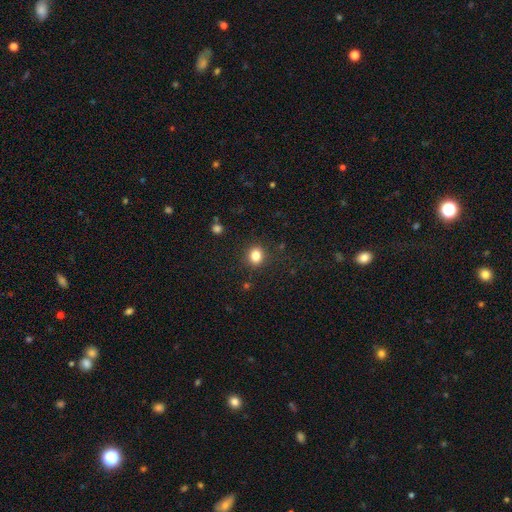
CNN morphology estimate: smooth 83%, star or artifact 12%, featured or disk 5%. Down the decision tree: how rounded — round (72%); merging — none (88%).